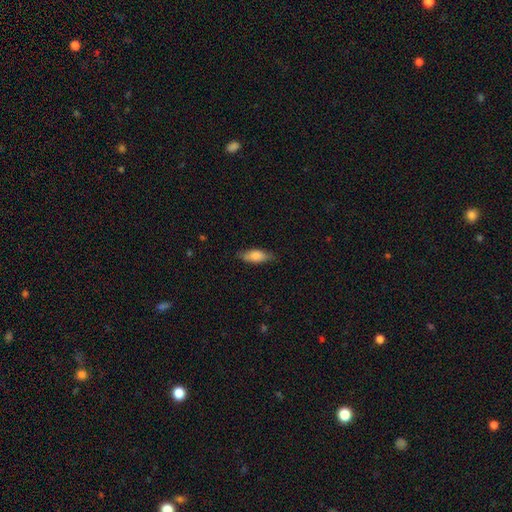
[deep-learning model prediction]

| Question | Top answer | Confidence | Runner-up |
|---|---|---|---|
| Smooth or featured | smooth | 76% | featured or disk (17%) |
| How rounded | in between | 69% | cigar-shaped (28%) |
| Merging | none | 79% | minor disturbance (17%) |